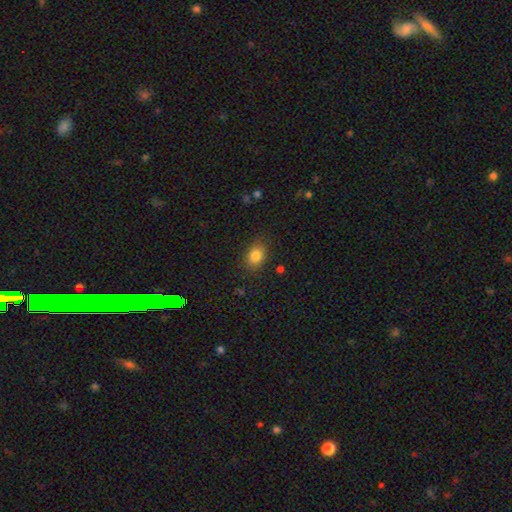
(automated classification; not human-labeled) This appears to be a smooth galaxy with no disk features (82%) that is in between round and cigar-shaped (66%). Merging: none (83%).